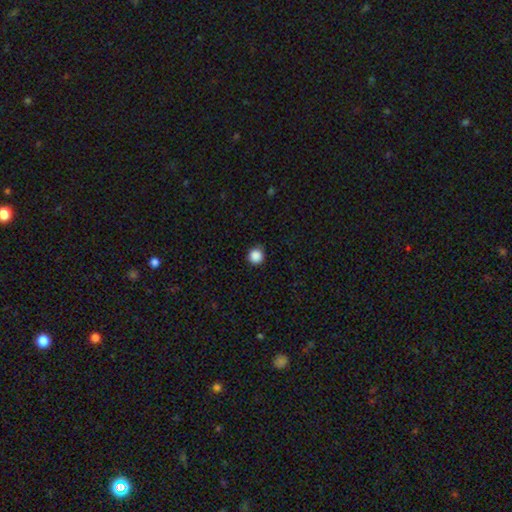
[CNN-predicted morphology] Smooth or featured? smooth (87%)
How rounded? round (95%)
Merging? none (88%)